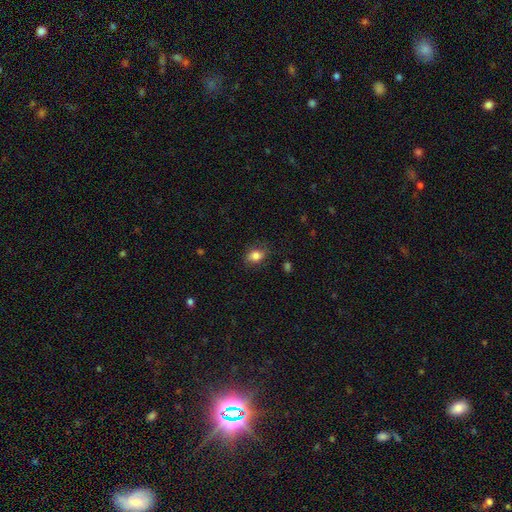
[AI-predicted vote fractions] smooth-or-featured: smooth: 81% | featured or disk: 9% | star or artifact: 9%
  how-rounded: in between: 64% | round: 34% | cigar-shaped: 1%
  merging: none: 76% | minor disturbance: 18% | major disturbance: 5% | merger: 1%